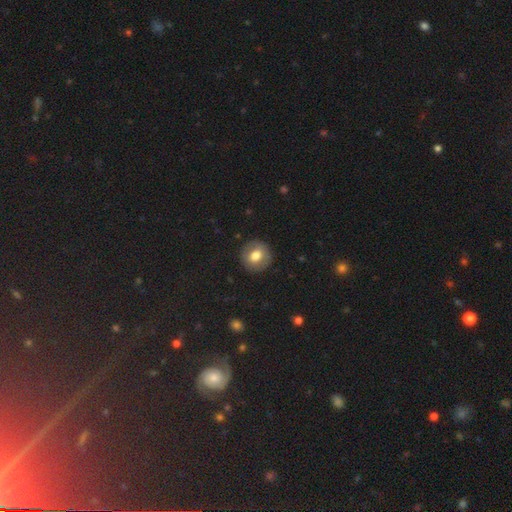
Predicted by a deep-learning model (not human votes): The model was most divided on "smooth or featured": smooth: 71%, featured or disk: 21%, star or artifact: 8%. More confident: merging — none (89%); how rounded — round (88%).